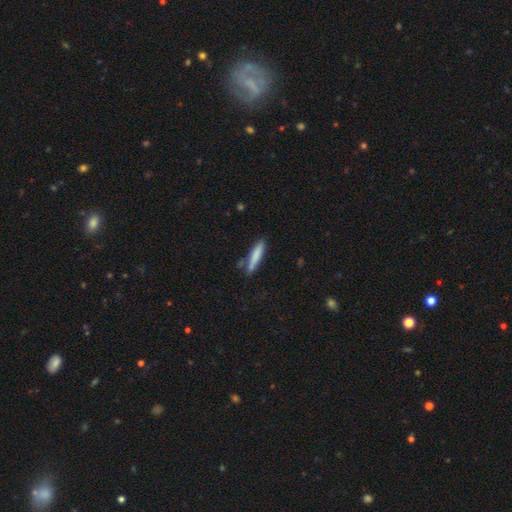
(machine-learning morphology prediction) smooth 80%, featured or disk 14%, star or artifact 6%. Down the decision tree: how rounded — cigar-shaped (87%); merging — none (76%).